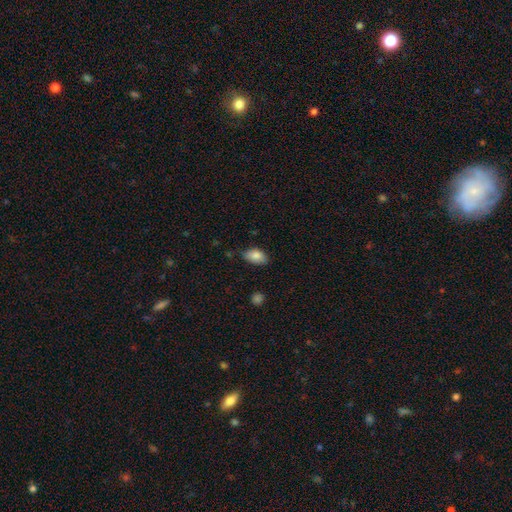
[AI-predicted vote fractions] Smooth or featured?
  - smooth: 84% *
  - featured or disk: 8%
  - star or artifact: 7%
How rounded?
  - in between: 92% *
  - round: 6%
  - cigar-shaped: 2%
Merging?
  - none: 70% *
  - minor disturbance: 25%
  - major disturbance: 4%
  - merger: 2%